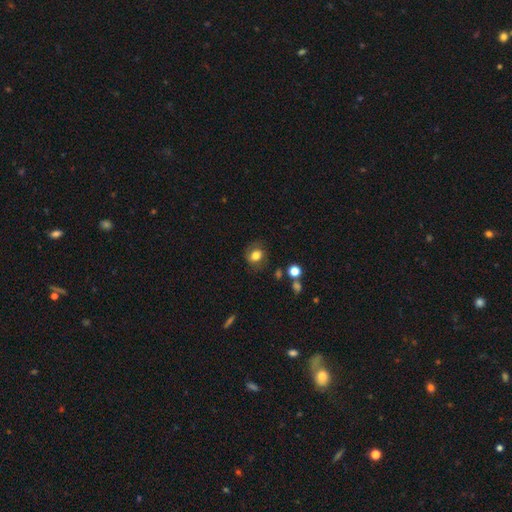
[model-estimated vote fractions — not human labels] Overall: smooth (71%). How rounded: round (64%; in between 35%). Merging: none (75%).